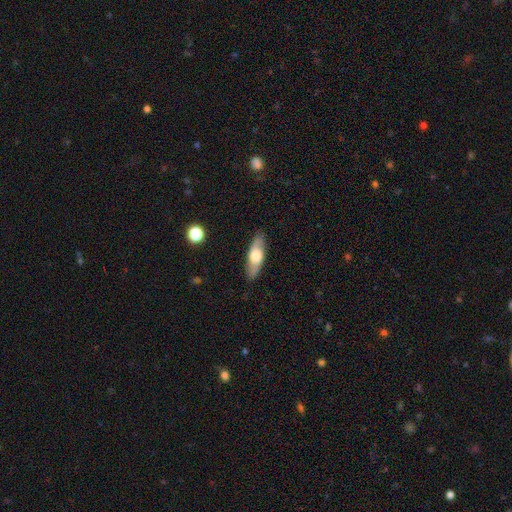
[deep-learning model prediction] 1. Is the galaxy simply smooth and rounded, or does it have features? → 56% smooth, 39% featured or disk, 6% star or artifact.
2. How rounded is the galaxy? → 59% in between, 37% cigar-shaped, 3% round.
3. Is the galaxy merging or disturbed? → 87% none, 10% minor disturbance, 2% major disturbance, 1% merger.